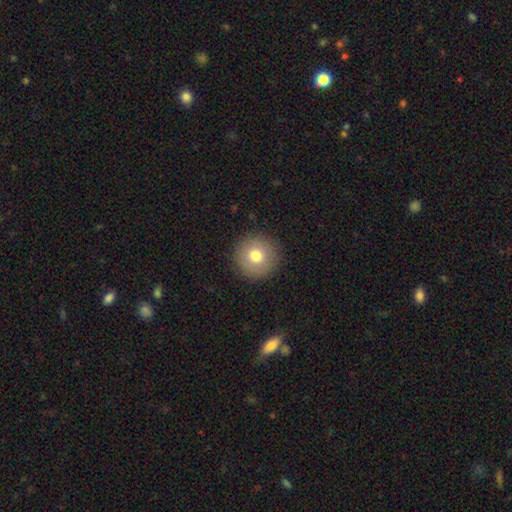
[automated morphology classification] A smooth galaxy with no disk features (76%) that is round (96%). Merging: none (91%).